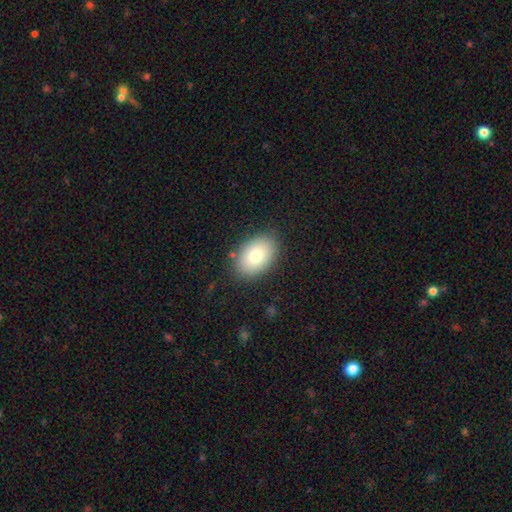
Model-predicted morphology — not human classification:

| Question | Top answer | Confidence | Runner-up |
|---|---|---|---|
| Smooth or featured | smooth | 80% | featured or disk (12%) |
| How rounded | in between | 87% | round (12%) |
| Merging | none | 86% | minor disturbance (10%) |